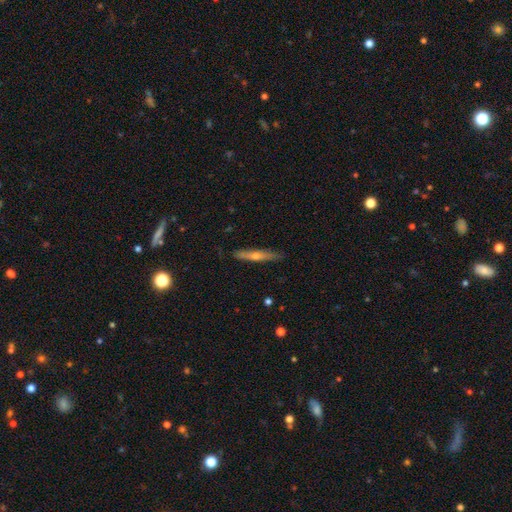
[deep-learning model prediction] A featured or disk galaxy (59%) viewed edge-on (95%) with a rounded central bulge (78%).

Vote fractions:
- Smooth or featured? featured or disk: 59% / smooth: 35% / star or artifact: 7%
- Edge-on disk? yes: 95% / no: 5%
- Edge-on bulge? rounded: 78% / none: 19% / boxy: 3%
- Merging? none: 88% / minor disturbance: 9% / major disturbance: 2% / merger: 1%